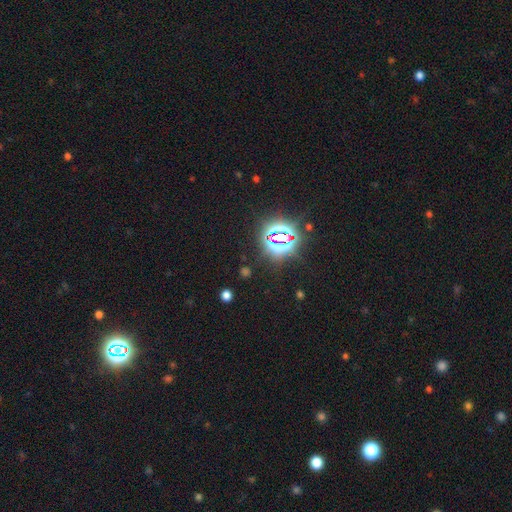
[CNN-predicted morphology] This appears to be a star or artifact, not a galaxy (83%).